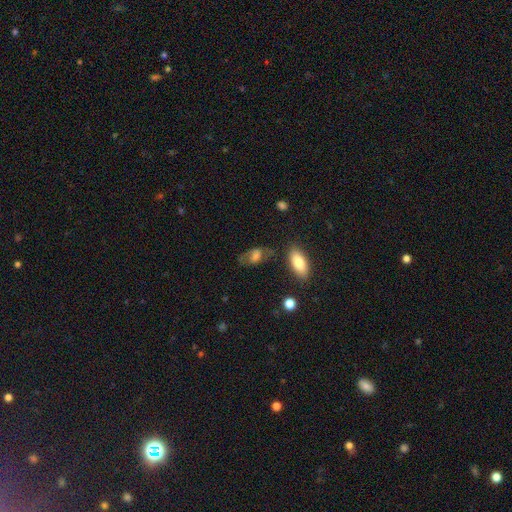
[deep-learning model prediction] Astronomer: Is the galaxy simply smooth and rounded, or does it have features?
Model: smooth — 59%.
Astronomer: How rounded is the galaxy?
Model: in between — 86%.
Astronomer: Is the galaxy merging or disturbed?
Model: none — 59%.